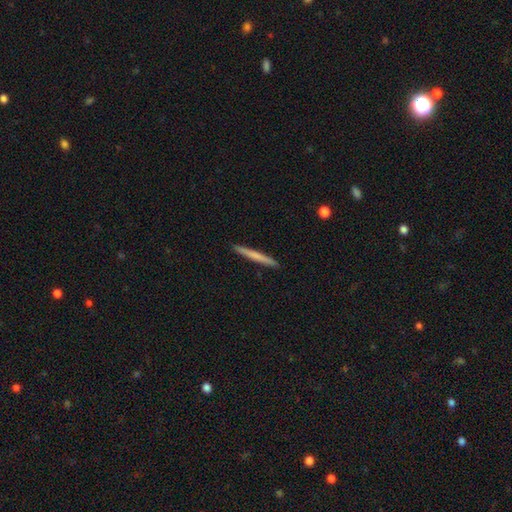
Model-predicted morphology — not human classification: smooth_or_featured: smooth (p=0.64) [alt: featured or disk p=0.31]
how_rounded: cigar-shaped (p=0.97) [alt: in between p=0.02]
merging: none (p=0.93) [alt: minor disturbance p=0.05]